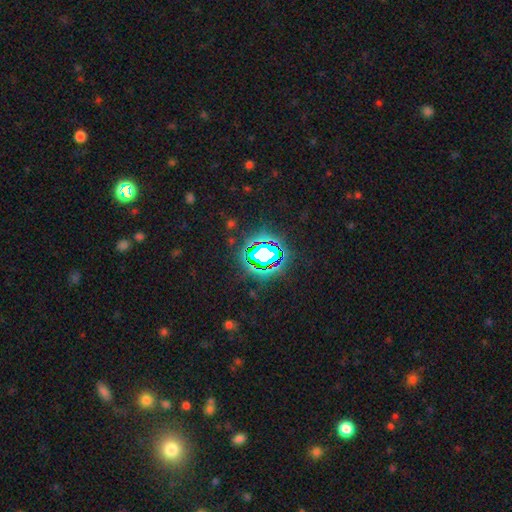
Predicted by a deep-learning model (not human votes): smooth-or-featured: star or artifact: 77% | smooth: 14% | featured or disk: 9%